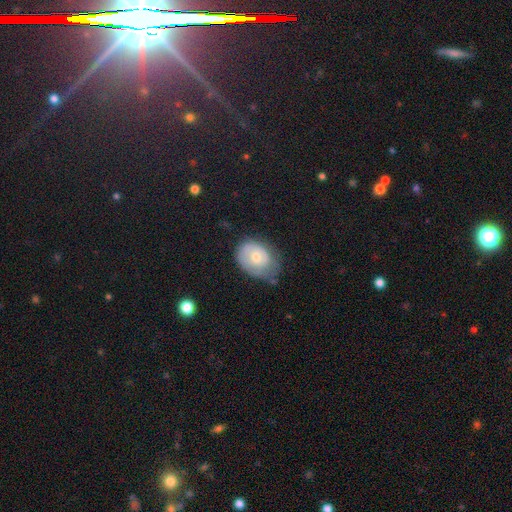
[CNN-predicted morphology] smooth 56%, featured or disk 37%, star or artifact 7%. Down the decision tree: how rounded — in between (66%); merging — none (42%).